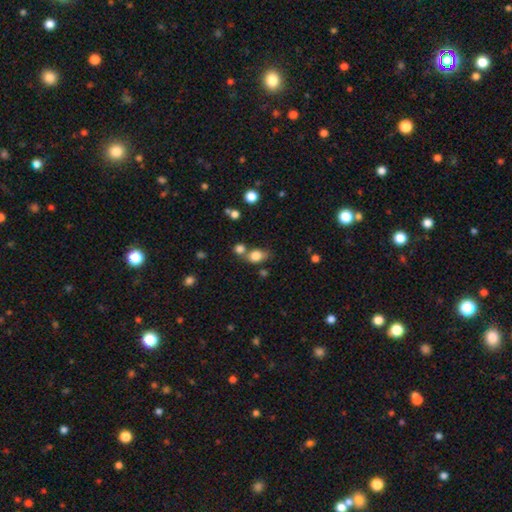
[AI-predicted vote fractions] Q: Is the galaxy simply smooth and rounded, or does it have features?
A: smooth — 80%.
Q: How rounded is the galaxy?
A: in between — 65%.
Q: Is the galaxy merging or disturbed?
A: none — 50%.